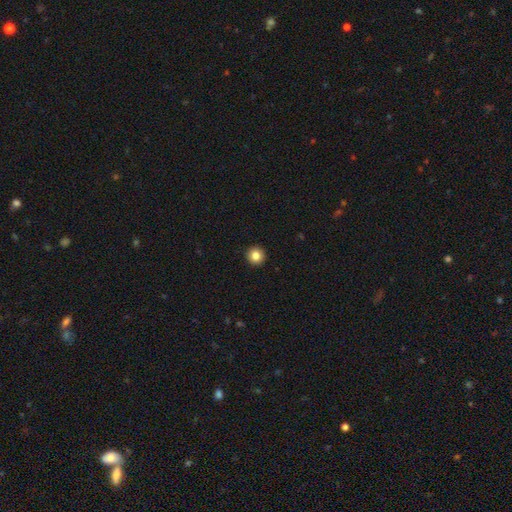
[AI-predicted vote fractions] This is clearly a smooth galaxy (85%). How rounded: clearly round (96%). Merging: clearly none (94%).